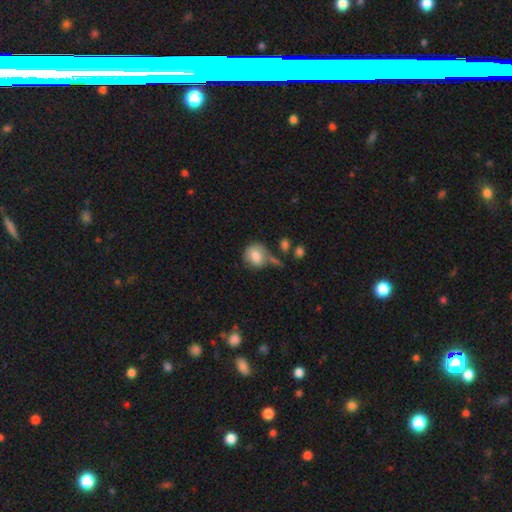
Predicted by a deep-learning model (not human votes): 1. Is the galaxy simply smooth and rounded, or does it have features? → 80% smooth, 12% featured or disk, 8% star or artifact.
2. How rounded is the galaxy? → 75% round, 24% in between, 1% cigar-shaped.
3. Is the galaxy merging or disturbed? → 47% none, 25% minor disturbance, 15% merger, 13% major disturbance.